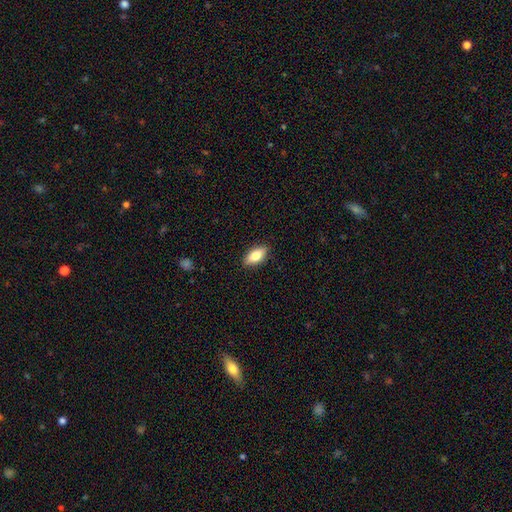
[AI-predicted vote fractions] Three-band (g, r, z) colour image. It shows a smooth galaxy with no disk features (75%) that is in between round and cigar-shaped (84%). Merging: none (88%).